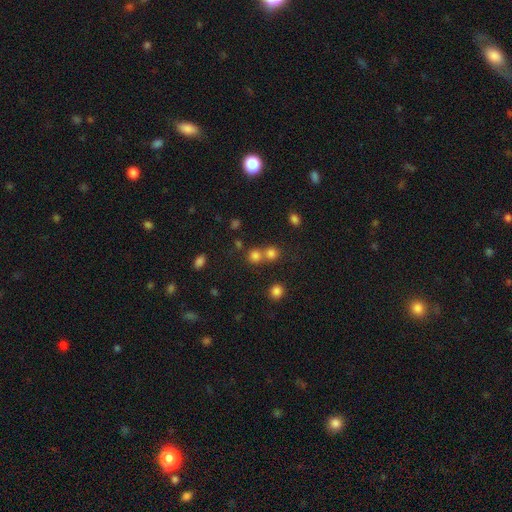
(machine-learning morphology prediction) smooth-or-featured: smooth: 76% | star or artifact: 17% | featured or disk: 7%
  how-rounded: round: 88% | in between: 11% | cigar-shaped: 1%
  merging: none: 54% | merger: 38% | minor disturbance: 6% | major disturbance: 3%